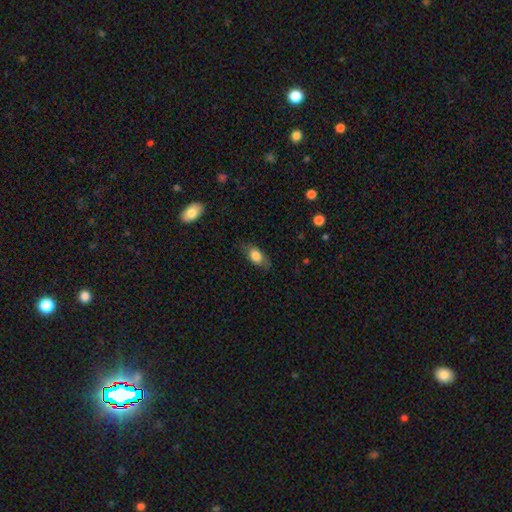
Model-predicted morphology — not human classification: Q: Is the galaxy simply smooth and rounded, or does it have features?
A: smooth — 75%.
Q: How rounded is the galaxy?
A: in between — 83%.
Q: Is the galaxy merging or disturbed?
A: none — 74%.